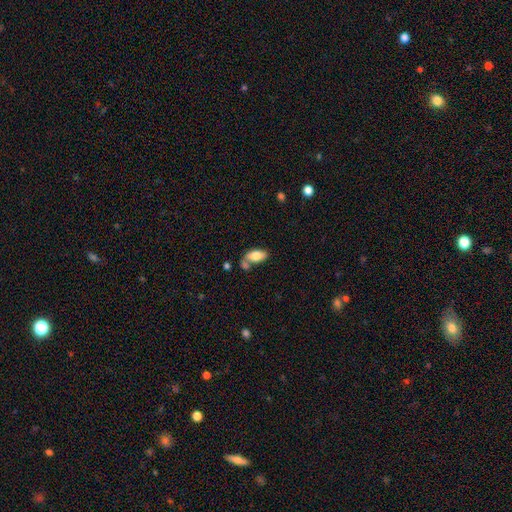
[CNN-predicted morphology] The model was most divided on "merging": none: 48%, merger: 29%, minor disturbance: 17%, major disturbance: 7%. More confident: how rounded — in between (92%); smooth or featured — smooth (77%).